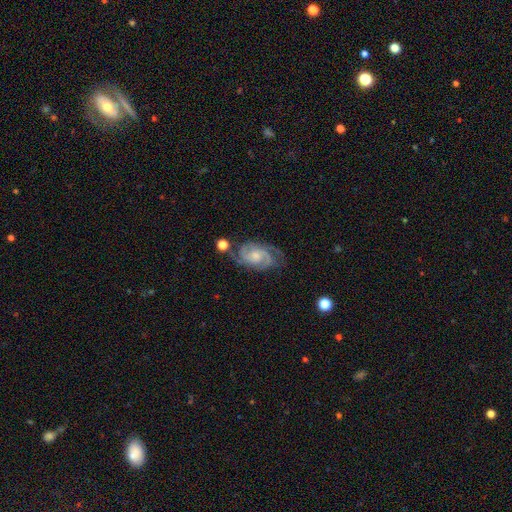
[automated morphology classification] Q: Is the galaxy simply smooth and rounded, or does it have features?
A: featured or disk — 86%.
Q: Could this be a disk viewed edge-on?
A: no — 97%.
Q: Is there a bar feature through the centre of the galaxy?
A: no — 63%.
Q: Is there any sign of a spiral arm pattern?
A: yes — 97%.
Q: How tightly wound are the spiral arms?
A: tight — 50%.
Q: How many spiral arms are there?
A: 2 — 53%.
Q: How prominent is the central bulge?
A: small — 53%.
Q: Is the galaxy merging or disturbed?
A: none — 67%.